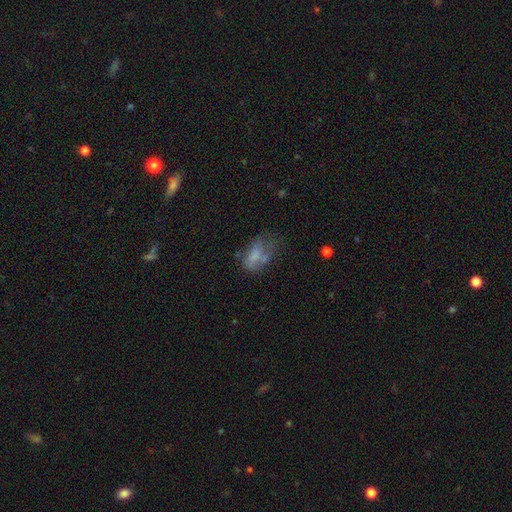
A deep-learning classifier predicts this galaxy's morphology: Overall: smooth (61%; featured or disk 27%). How rounded: in between (87%). Merging: major disturbance (32%; none 30%).